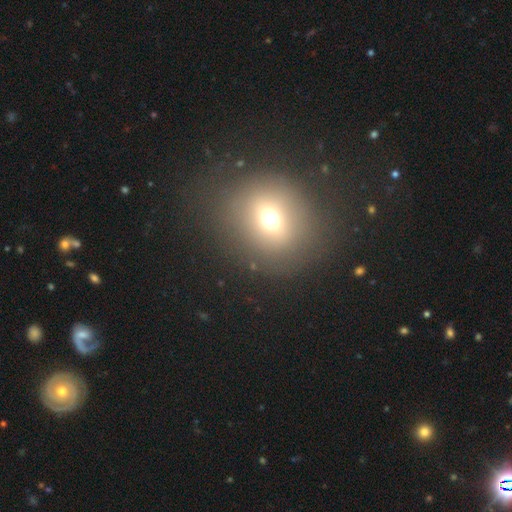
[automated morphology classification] smooth 62%, star or artifact 22%, featured or disk 15%. Down the decision tree: how rounded — round (73%); merging — none (84%).